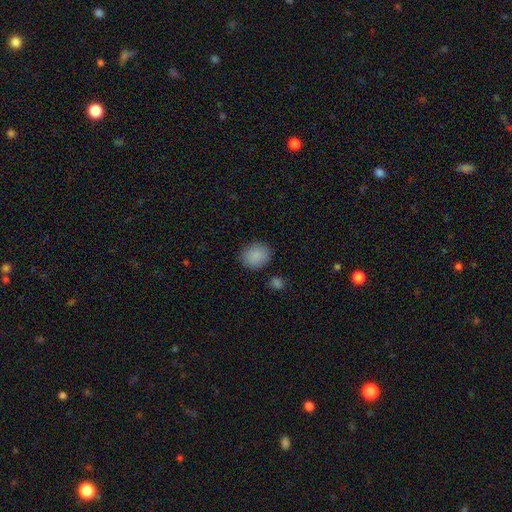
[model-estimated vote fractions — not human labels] Smooth or featured? Predicted: smooth (p=0.88). How rounded? Predicted: round (p=0.64). Merging? Predicted: none (p=0.85).